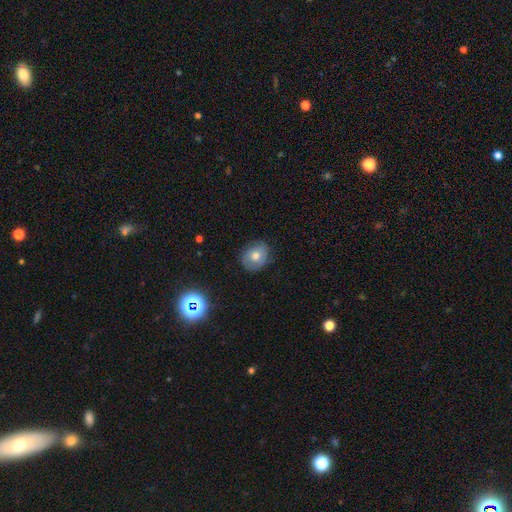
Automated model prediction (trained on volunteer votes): This is likely a smooth galaxy (63%). How rounded: likely round (68%). Merging: likely none (78%).